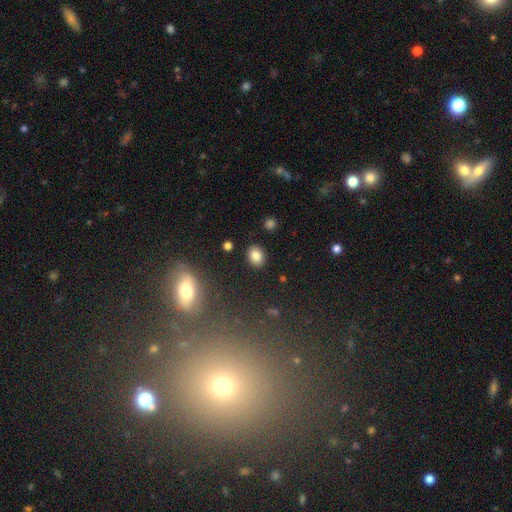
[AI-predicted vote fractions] Smooth or featured? smooth (83%)
How rounded? in between (55%)
Merging? none (88%)